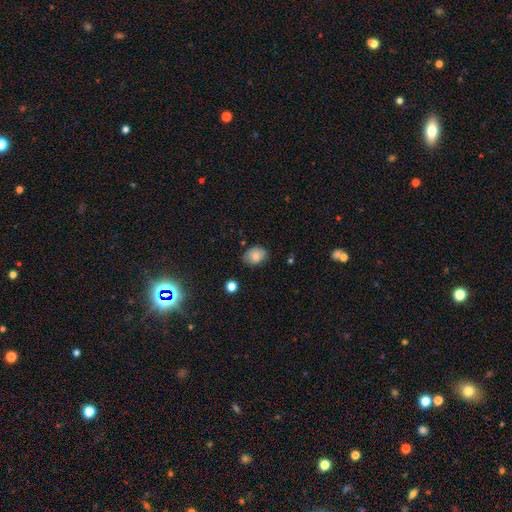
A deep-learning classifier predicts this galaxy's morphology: smooth_or_featured: smooth (p=0.82) [alt: featured or disk p=0.09]
how_rounded: in between (p=0.72) [alt: round p=0.27]
merging: none (p=0.74) [alt: minor disturbance p=0.21]